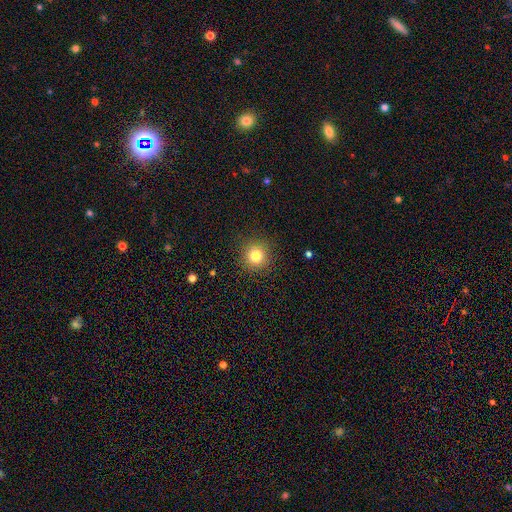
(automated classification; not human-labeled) Smooth or featured? Predicted: smooth (p=0.81). How rounded? Predicted: round (p=0.94). Merging? Predicted: none (p=0.90).